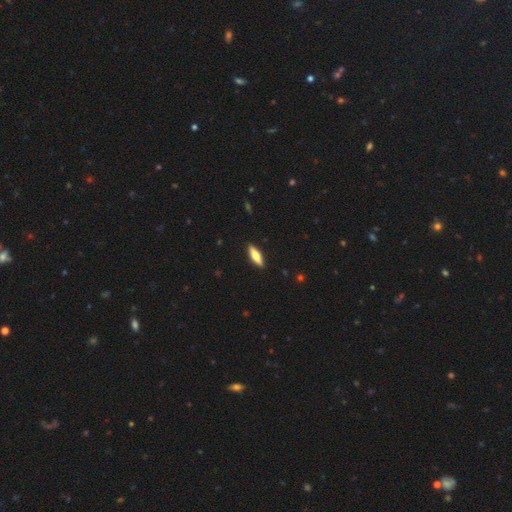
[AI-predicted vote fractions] A smooth galaxy with no disk features (63%) that is cigar-shaped (49%, tied with in between). Merging: none (90%).